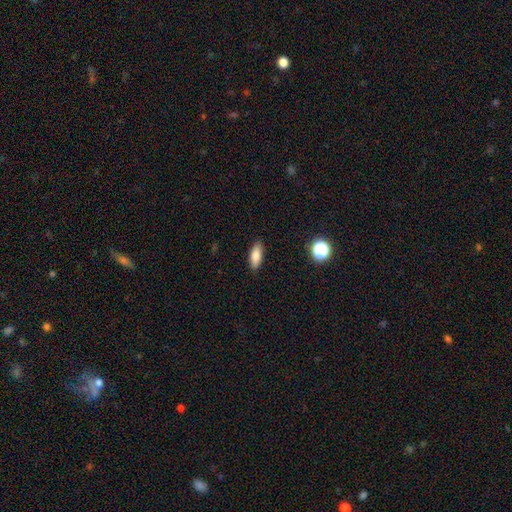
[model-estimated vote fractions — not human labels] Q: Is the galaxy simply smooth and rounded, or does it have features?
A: smooth — 83%.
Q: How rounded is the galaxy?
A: in between — 74%.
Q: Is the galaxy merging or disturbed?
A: none — 88%.